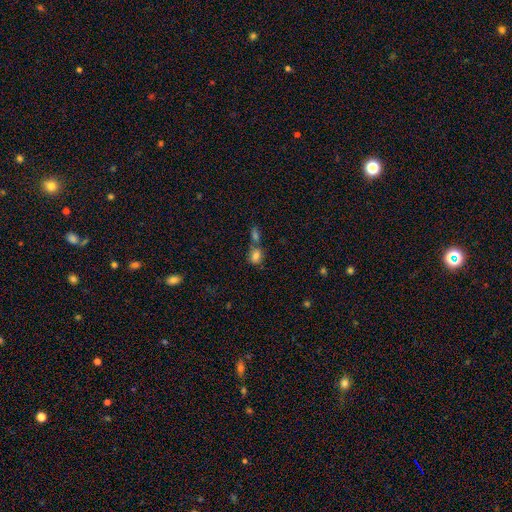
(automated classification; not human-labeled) This appears to be a smooth galaxy with no disk features (78%) that is in between round and cigar-shaped (57%). Merging: none (42%).